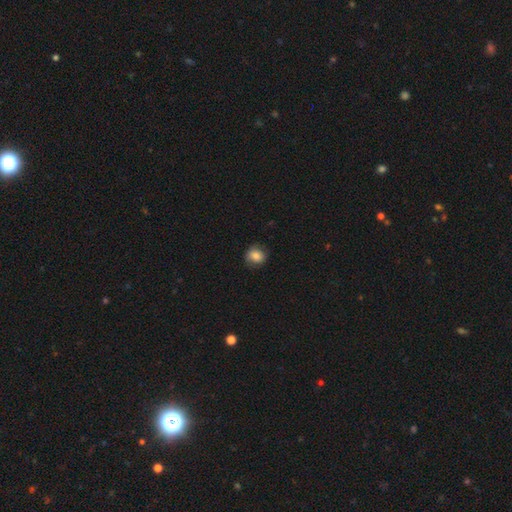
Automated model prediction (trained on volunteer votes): Smooth or featured: smooth — 79% (featured or disk — 12%)
How rounded: round — 72% (in between — 27%)
Merging: none — 79% (minor disturbance — 16%)